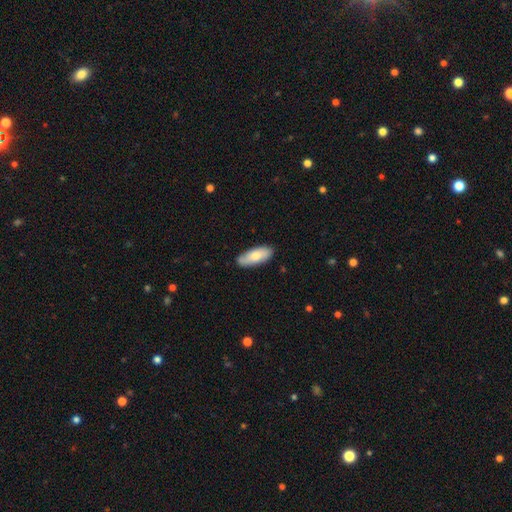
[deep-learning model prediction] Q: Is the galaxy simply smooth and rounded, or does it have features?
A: smooth — 74%.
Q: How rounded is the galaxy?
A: in between — 80%.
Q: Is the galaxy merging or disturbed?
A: none — 84%.